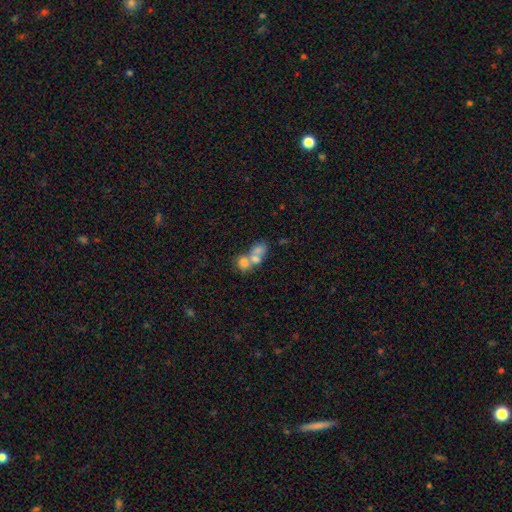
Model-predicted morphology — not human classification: Q: Smooth or featured?
A: smooth (66%); runner-up: featured or disk (23%)
Q: How rounded?
A: in between (52%); runner-up: round (46%)
Q: Merging?
A: merger (70%); runner-up: none (19%)